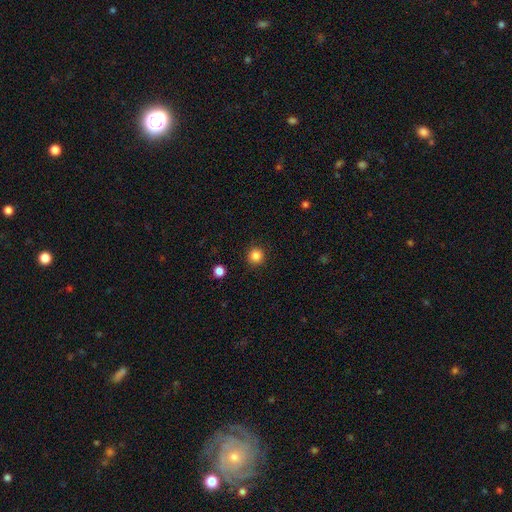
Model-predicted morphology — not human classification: Smooth or featured? smooth (85%)
How rounded? round (95%)
Merging? none (92%)